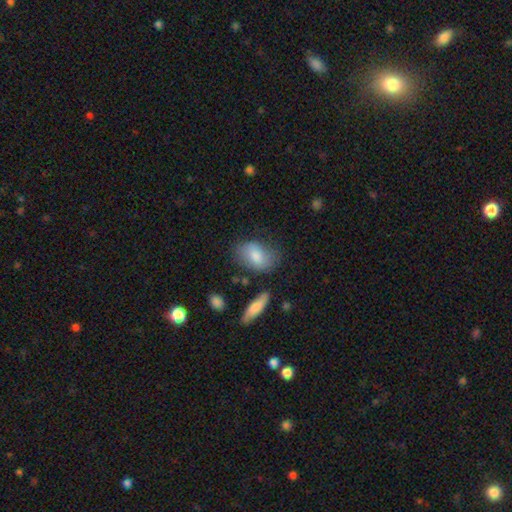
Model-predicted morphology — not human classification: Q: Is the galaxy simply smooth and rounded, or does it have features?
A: smooth — 77%.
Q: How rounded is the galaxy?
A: in between — 87%.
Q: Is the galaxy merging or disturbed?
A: none — 63%.